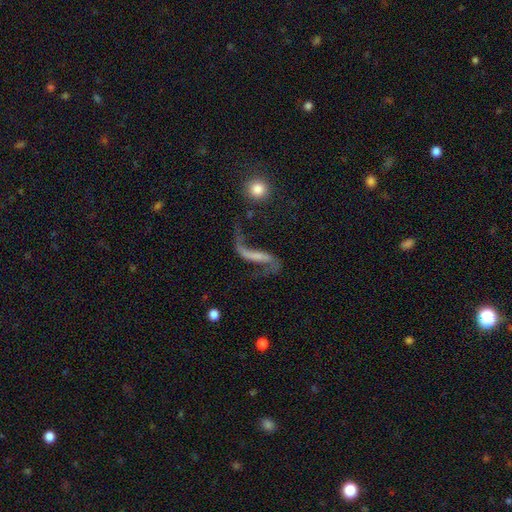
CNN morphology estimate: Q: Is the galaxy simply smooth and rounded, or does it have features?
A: featured or disk — 81%.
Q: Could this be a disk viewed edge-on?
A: no — 89%.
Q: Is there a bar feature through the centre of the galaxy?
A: strong — 40%.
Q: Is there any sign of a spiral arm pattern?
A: yes — 90%.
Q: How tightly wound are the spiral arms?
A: loose — 93%.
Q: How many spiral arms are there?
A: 2 — 88%.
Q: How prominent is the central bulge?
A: none — 53%.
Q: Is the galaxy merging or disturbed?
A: none — 50%.